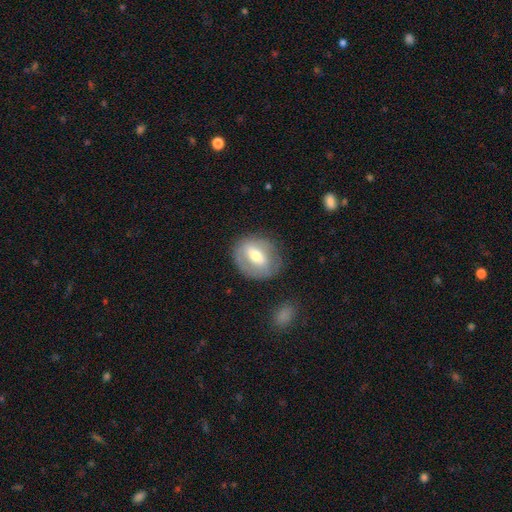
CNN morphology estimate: type=featured or disk (50%); edge-on=no (91%); merging=none (75%).